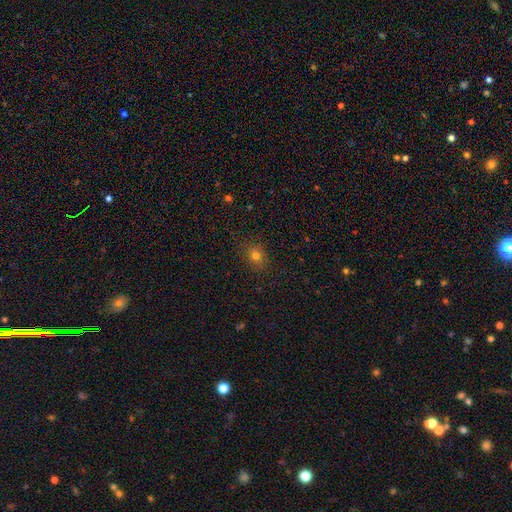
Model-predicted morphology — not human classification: This is likely a smooth galaxy (76%). How rounded: likely round (61%). Merging: clearly none (86%).